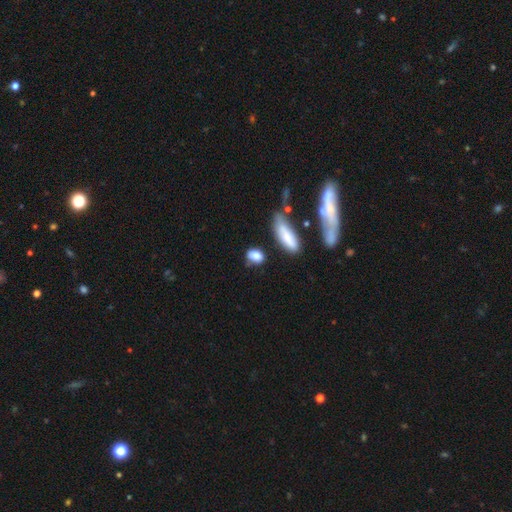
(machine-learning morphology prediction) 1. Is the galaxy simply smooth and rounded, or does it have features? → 83% smooth, 9% featured or disk, 8% star or artifact.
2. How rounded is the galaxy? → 74% in between, 19% round, 7% cigar-shaped.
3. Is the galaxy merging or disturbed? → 60% none, 24% minor disturbance, 9% merger, 7% major disturbance.